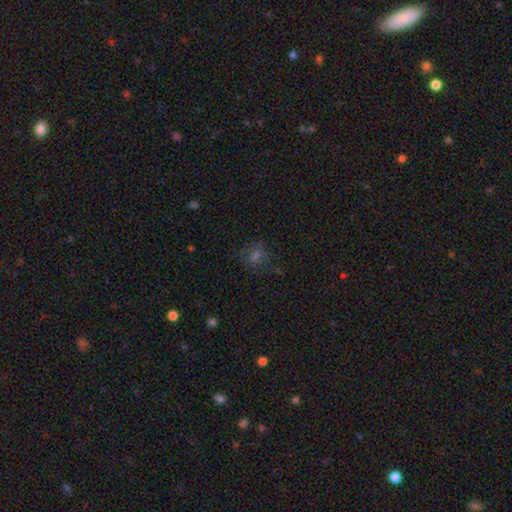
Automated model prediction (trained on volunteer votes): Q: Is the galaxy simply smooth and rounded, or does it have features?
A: smooth — 48%.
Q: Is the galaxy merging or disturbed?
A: none — 74%.